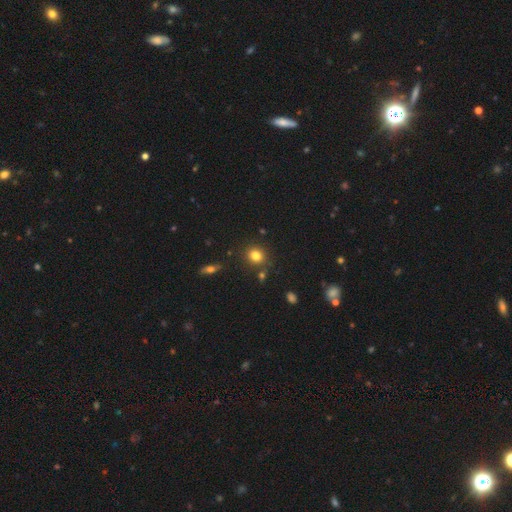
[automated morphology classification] A smooth galaxy with no disk features (81%) that is round (74%).

Vote fractions:
- Smooth or featured? smooth: 81% / star or artifact: 12% / featured or disk: 7%
- How rounded? round: 74% / in between: 25% / cigar-shaped: 1%
- Merging? none: 82% / minor disturbance: 9% / merger: 5% / major disturbance: 3%